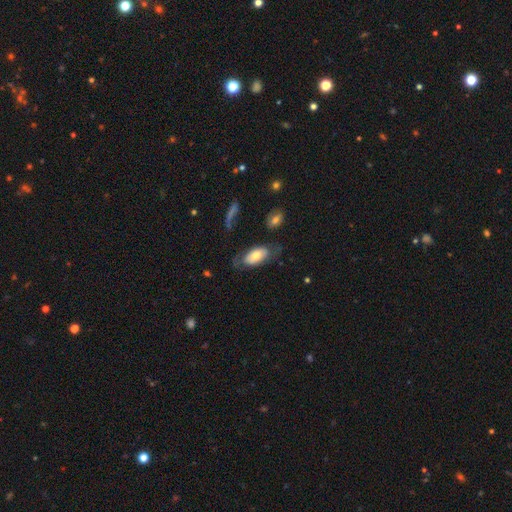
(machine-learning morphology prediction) A smooth galaxy with no disk features (58%) that is in between round and cigar-shaped (91%). Merging: none (61%).